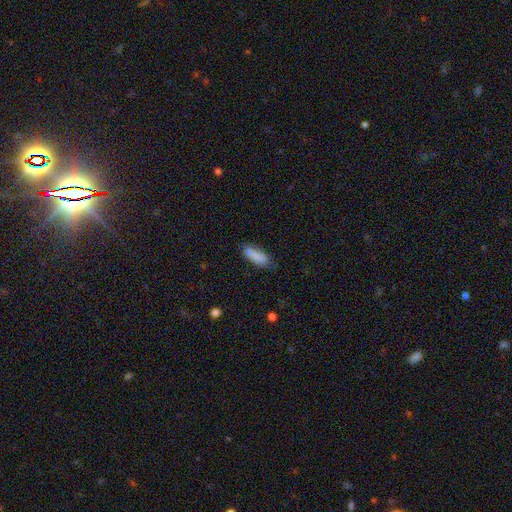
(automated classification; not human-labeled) This is clearly a smooth galaxy (84%). How rounded: likely in between (61%). Merging: likely none (67%).